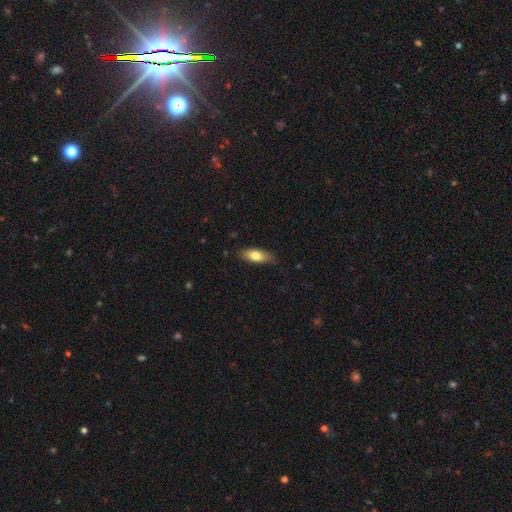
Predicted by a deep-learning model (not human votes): Morphology: type=smooth (73%); roundness=in between (71%); merging=none (76%).